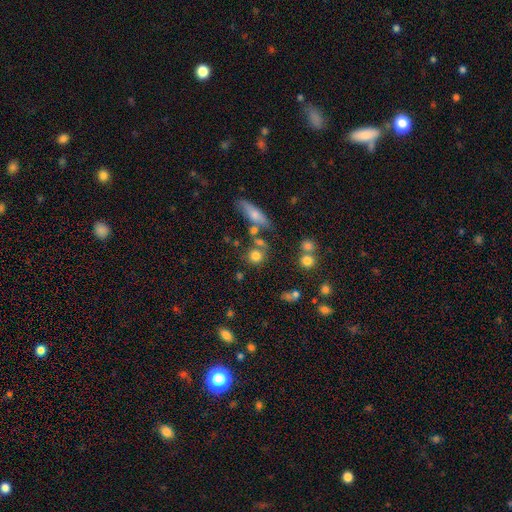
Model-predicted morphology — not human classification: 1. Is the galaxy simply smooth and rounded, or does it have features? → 76% smooth, 13% star or artifact, 12% featured or disk.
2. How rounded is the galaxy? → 82% round, 14% in between, 3% cigar-shaped.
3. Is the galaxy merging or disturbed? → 62% none, 21% merger, 12% minor disturbance, 5% major disturbance.